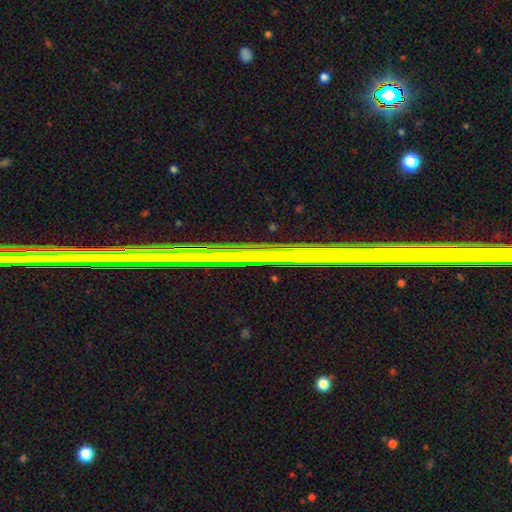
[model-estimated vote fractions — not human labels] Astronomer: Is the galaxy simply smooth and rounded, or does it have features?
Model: star or artifact — 72%.